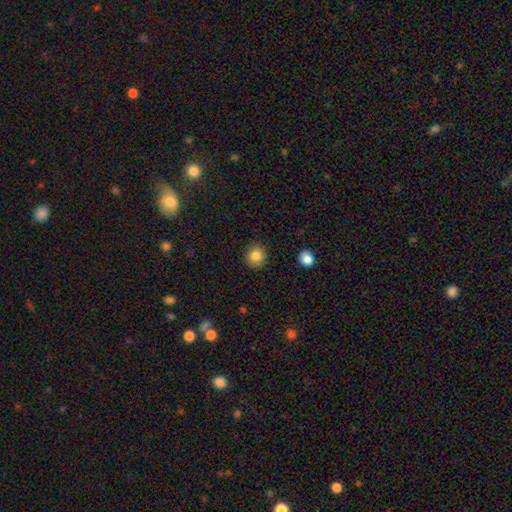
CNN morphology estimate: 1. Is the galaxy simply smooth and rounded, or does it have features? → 85% smooth, 10% star or artifact, 5% featured or disk.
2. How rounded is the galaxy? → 90% round, 9% in between, 1% cigar-shaped.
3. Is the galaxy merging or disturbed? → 90% none, 6% minor disturbance, 2% major disturbance, 1% merger.